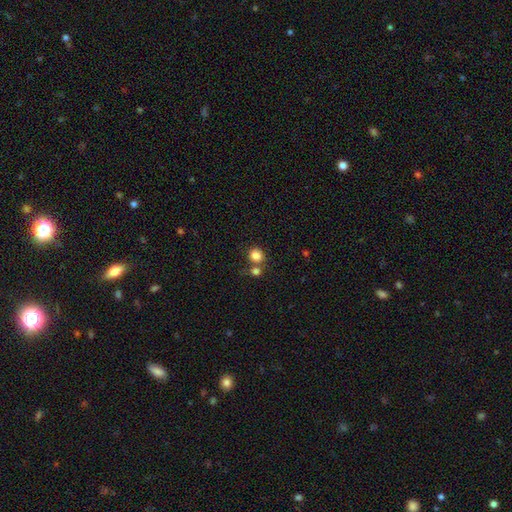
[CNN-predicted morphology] A smooth galaxy with no disk features (84%) that is round (81%). Merging: none (58%).